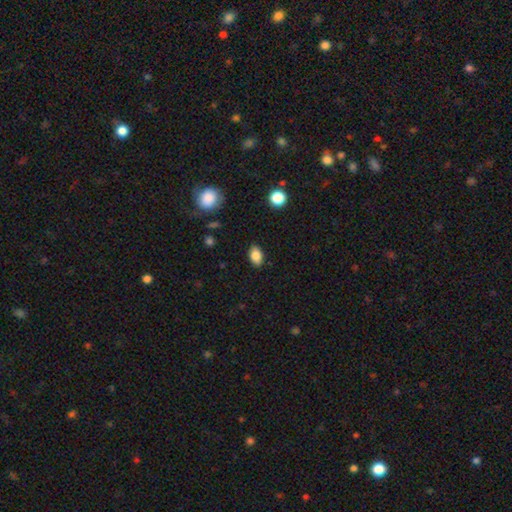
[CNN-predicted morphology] smooth 84%, star or artifact 9%, featured or disk 7%. Down the decision tree: how rounded — in between (89%); merging — none (87%).